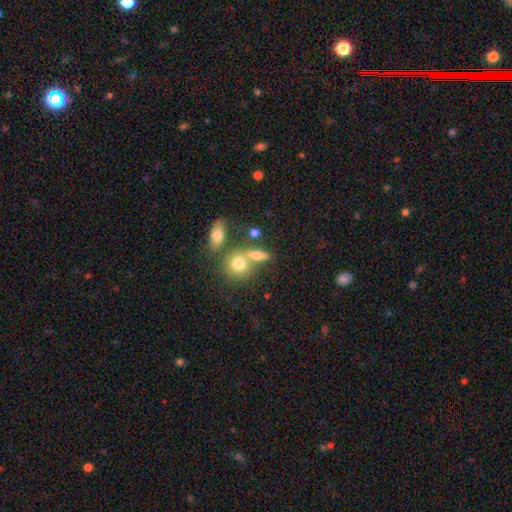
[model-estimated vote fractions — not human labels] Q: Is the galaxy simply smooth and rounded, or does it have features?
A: smooth — 67%.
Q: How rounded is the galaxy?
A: in between — 53%.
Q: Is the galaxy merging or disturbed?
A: none — 43%.